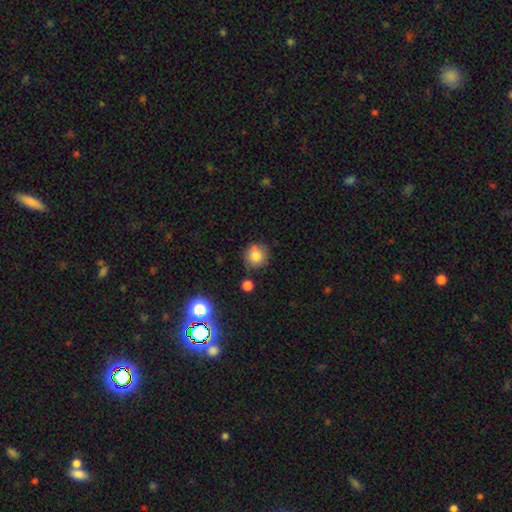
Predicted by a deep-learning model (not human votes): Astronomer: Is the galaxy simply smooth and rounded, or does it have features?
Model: smooth — 80%.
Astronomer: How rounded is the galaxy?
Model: round — 91%.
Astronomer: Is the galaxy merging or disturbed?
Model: none — 79%.